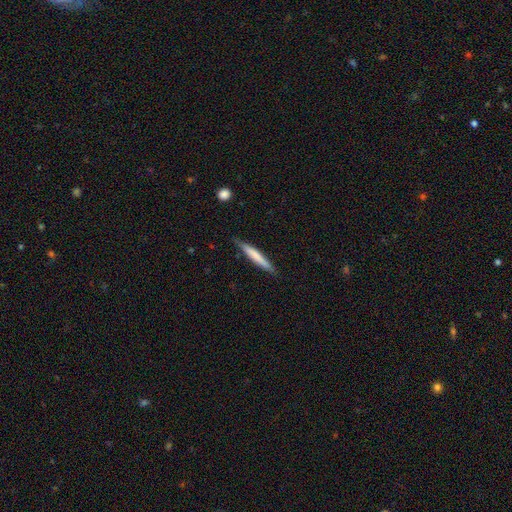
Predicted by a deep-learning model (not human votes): Smooth or featured? Predicted: smooth (p=0.62). How rounded? Predicted: cigar-shaped (p=0.94). Merging? Predicted: none (p=0.85).